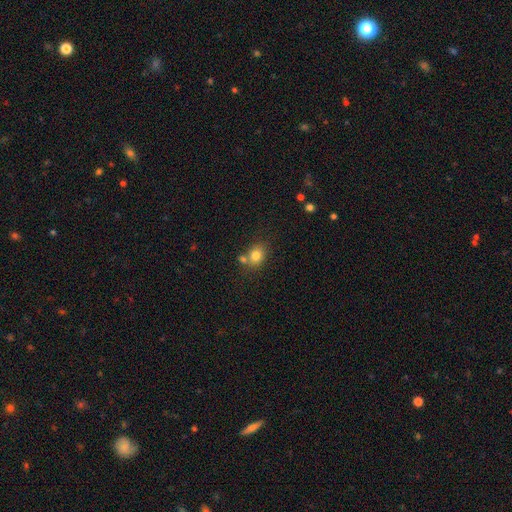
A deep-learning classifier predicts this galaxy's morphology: Smooth or featured? smooth (80%)
How rounded? round (52%)
Merging? none (59%)